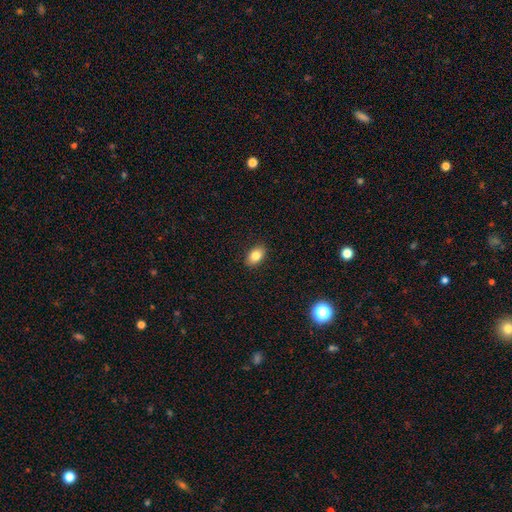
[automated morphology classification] This appears to be a smooth galaxy with no disk features (83%) that is in between round and cigar-shaped (87%). Merging: none (89%).